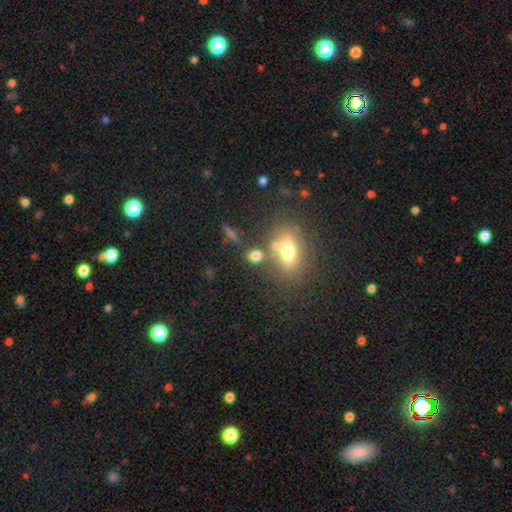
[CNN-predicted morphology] type=smooth (71%); roundness=round (58%); merging=none (60%).